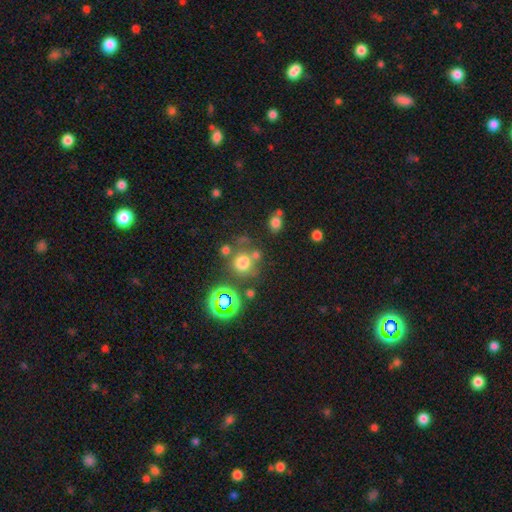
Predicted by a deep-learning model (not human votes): smooth 60%, star or artifact 29%, featured or disk 11%. Down the decision tree: how rounded — round (84%); merging — none (64%).